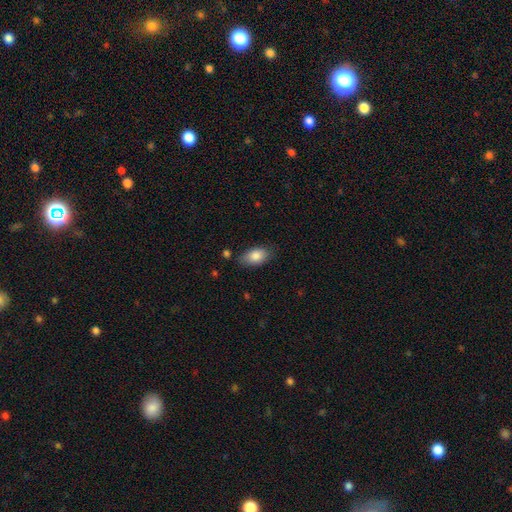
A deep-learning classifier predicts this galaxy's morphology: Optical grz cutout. It shows a smooth galaxy with no disk features (85%) that is in between round and cigar-shaped (91%). Merging: none (79%).